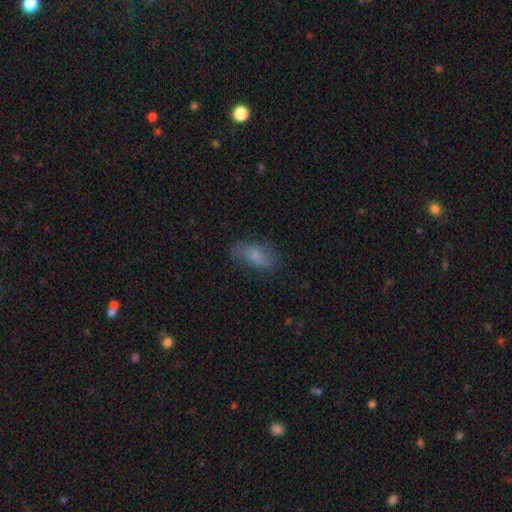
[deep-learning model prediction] A smooth galaxy with no disk features (66%) that is in between round and cigar-shaped (86%). Merging: none (65%).